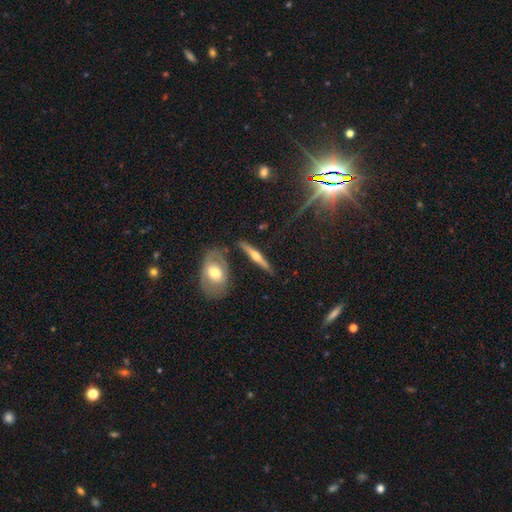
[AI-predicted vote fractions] Smooth or featured?
  - featured or disk: 64% *
  - smooth: 29%
  - star or artifact: 7%
Edge-on disk?
  - yes: 95% *
  - no: 5%
Edge-on bulge?
  - rounded: 87% *
  - none: 7%
  - boxy: 5%
Merging?
  - none: 81% *
  - minor disturbance: 11%
  - merger: 5%
  - major disturbance: 3%